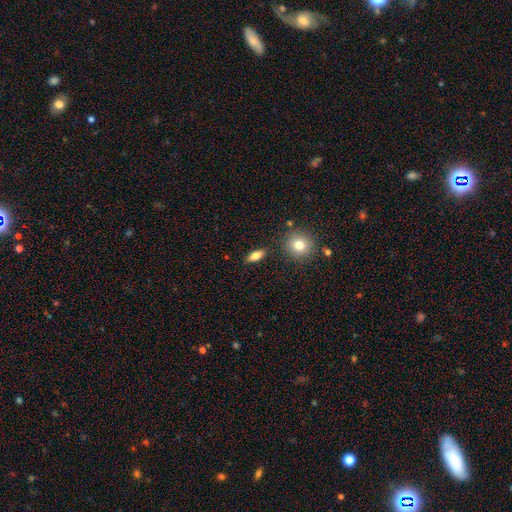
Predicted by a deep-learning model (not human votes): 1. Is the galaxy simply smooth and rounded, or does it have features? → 77% smooth, 15% featured or disk, 8% star or artifact.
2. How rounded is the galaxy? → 77% in between, 17% cigar-shaped, 6% round.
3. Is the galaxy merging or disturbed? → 85% none, 10% minor disturbance, 3% major disturbance, 2% merger.